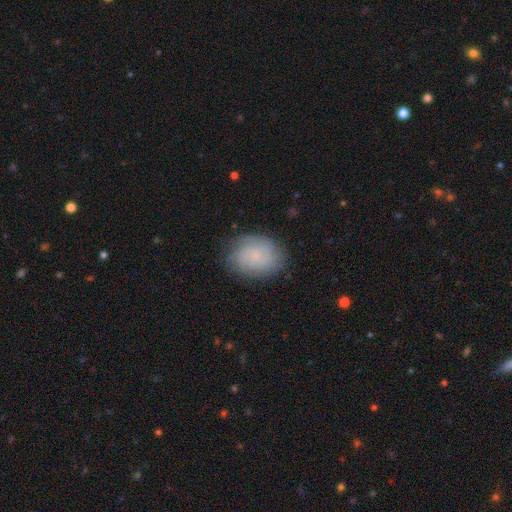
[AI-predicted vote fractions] A smooth galaxy with no disk features (49%). Merging: none (78%).